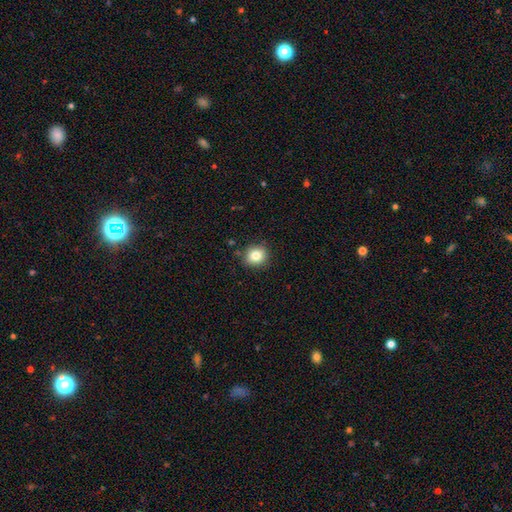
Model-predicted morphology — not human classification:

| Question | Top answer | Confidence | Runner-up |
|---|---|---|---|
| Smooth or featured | smooth | 82% | star or artifact (11%) |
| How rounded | round | 83% | in between (17%) |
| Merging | none | 87% | minor disturbance (9%) |